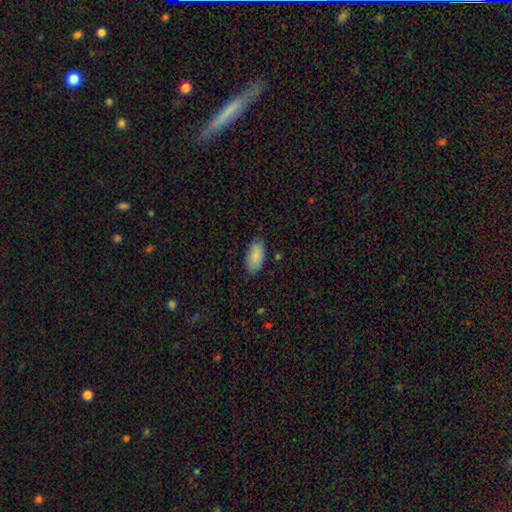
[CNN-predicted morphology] Q: Smooth or featured?
A: smooth (88%); runner-up: star or artifact (6%)
Q: How rounded?
A: in between (93%); runner-up: cigar-shaped (5%)
Q: Merging?
A: none (83%); runner-up: minor disturbance (13%)